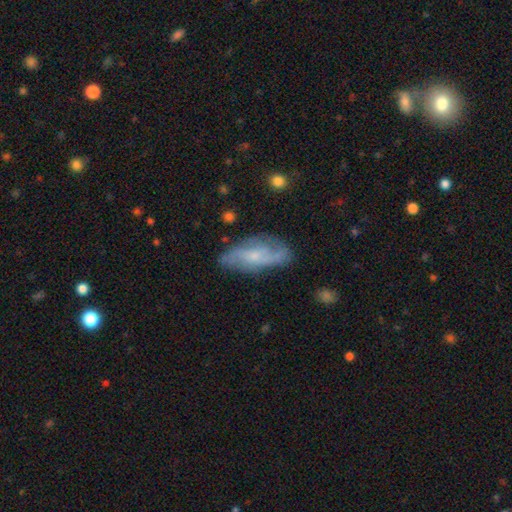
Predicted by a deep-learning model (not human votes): Overall: featured or disk (64%; smooth 29%). Edge-on disk: no (87%). Bar: no (62%; weak 31%). Spiral arms: yes (86%). Bulge size: small (59%; moderate 30%). Merging: none (71%).